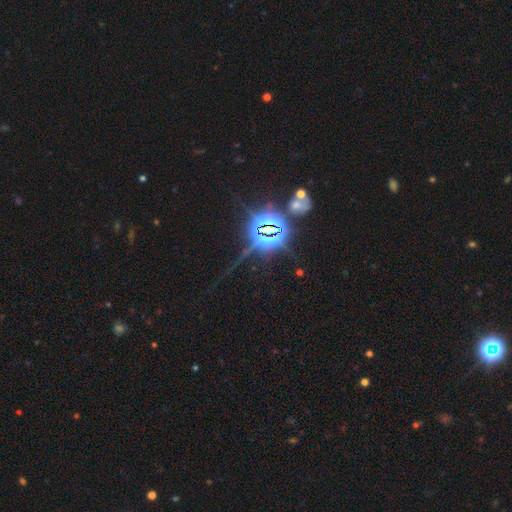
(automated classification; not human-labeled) Overall: star or artifact (85%).